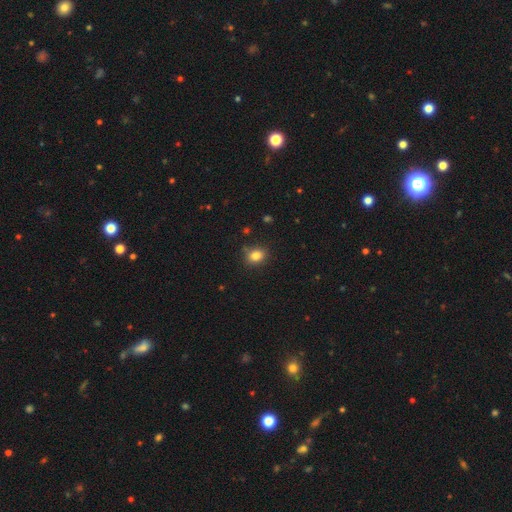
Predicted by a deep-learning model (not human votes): Smooth or featured?
  - smooth: 83% *
  - star or artifact: 11%
  - featured or disk: 6%
How rounded?
  - in between: 50% *
  - round: 49%
  - cigar-shaped: 1%
Merging?
  - none: 83% *
  - minor disturbance: 12%
  - major disturbance: 3%
  - merger: 2%